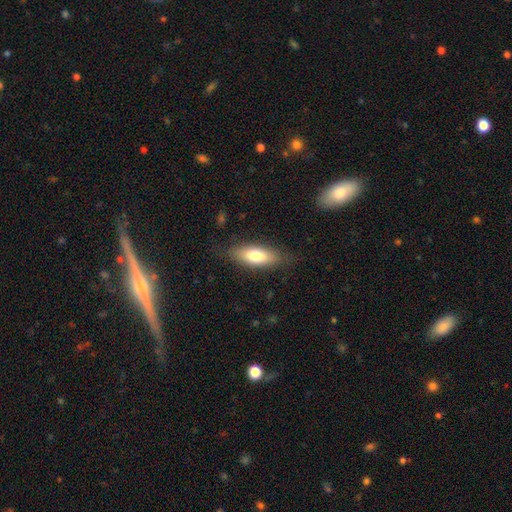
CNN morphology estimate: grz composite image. It shows a smooth galaxy with no disk features (75%) that is in between round and cigar-shaped (69%). Merging: none (80%).